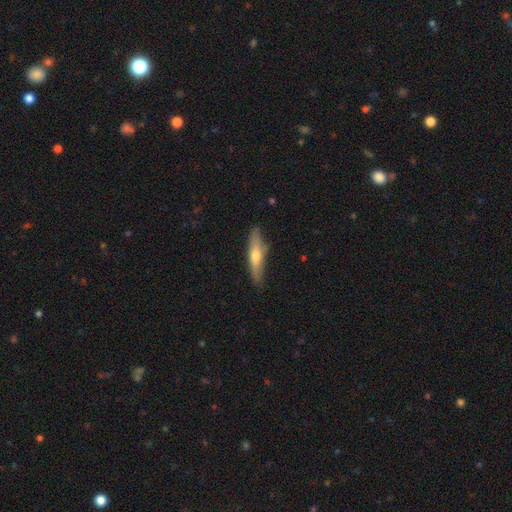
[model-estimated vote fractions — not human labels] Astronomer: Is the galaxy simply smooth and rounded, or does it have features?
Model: smooth — 51% (runner-up: featured or disk, 44%).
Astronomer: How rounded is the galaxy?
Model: cigar-shaped — 79%.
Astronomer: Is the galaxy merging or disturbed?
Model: none — 82%.